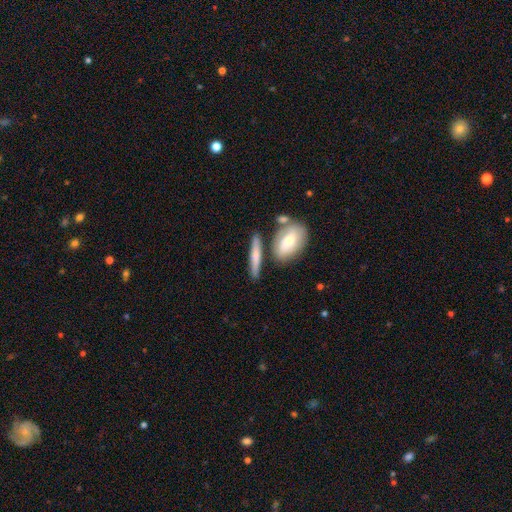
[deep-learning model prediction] This is possibly a smooth galaxy (59%). How rounded: likely cigar-shaped (76%). Merging: likely none (70%).